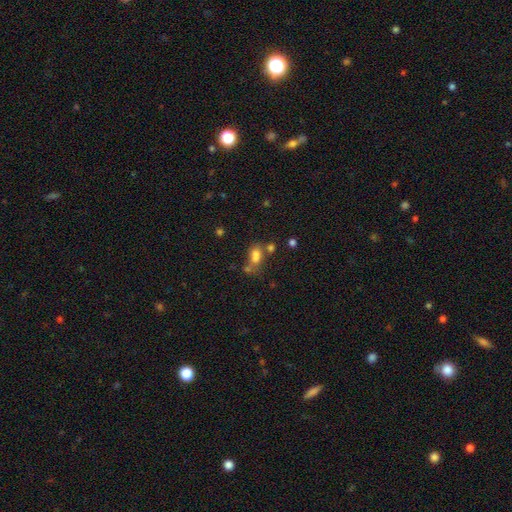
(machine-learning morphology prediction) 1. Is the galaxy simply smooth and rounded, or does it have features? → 73% smooth, 15% star or artifact, 12% featured or disk.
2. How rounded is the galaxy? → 77% in between, 20% round, 3% cigar-shaped.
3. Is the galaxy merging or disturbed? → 40% merger, 36% none, 14% minor disturbance, 9% major disturbance.